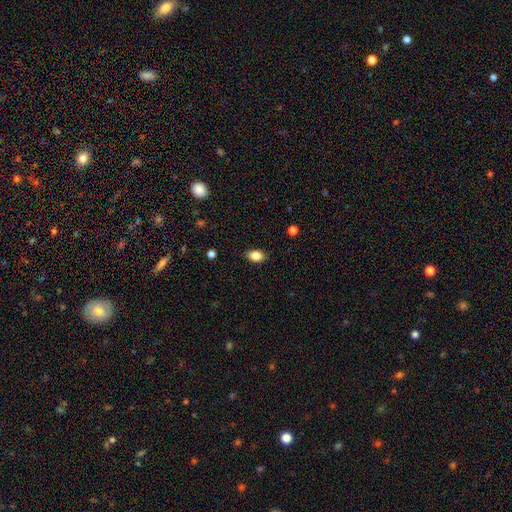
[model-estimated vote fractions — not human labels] Overall: smooth (84%). How rounded: in between (85%). Merging: none (87%).